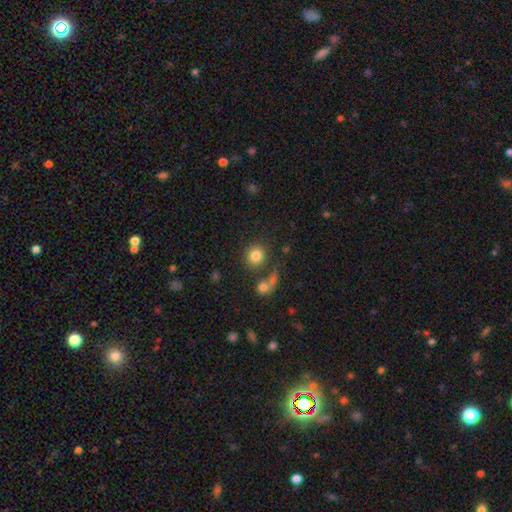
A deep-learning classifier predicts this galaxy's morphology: Q: Smooth or featured?
A: smooth (82%); runner-up: star or artifact (11%)
Q: How rounded?
A: round (86%); runner-up: in between (13%)
Q: Merging?
A: none (74%); runner-up: merger (13%)